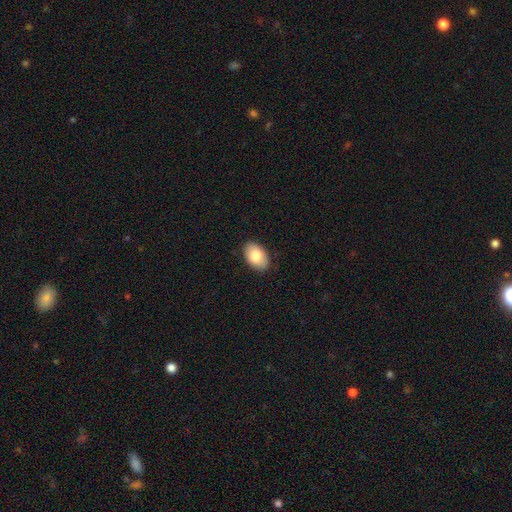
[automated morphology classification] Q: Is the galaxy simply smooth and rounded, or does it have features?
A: smooth — 82%.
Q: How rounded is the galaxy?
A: in between — 91%.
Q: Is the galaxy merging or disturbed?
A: none — 88%.